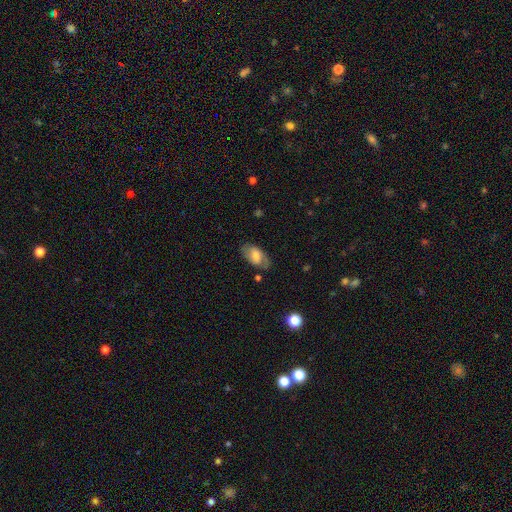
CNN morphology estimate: This appears to be a smooth galaxy with no disk features (52%) that is in between round and cigar-shaped (91%). Merging: none (71%).